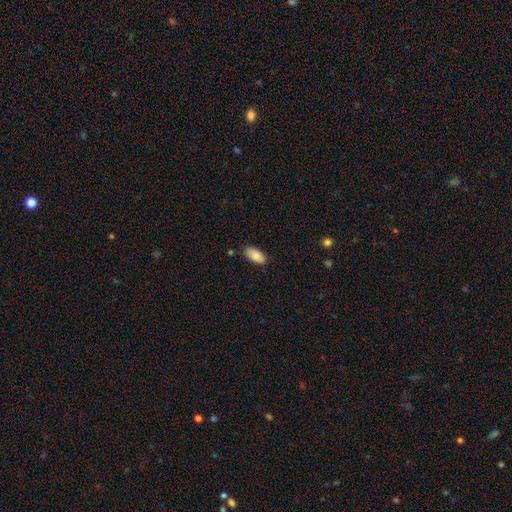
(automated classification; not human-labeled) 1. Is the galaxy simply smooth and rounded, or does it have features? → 87% smooth, 7% star or artifact, 6% featured or disk.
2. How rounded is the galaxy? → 93% in between, 5% cigar-shaped, 2% round.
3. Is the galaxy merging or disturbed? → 82% none, 13% minor disturbance, 2% major disturbance, 2% merger.